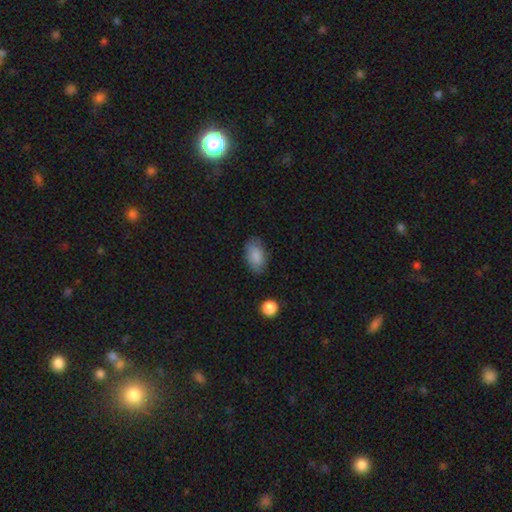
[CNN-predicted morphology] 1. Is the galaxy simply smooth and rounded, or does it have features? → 86% smooth, 7% star or artifact, 6% featured or disk.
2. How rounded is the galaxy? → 92% in between, 6% round, 2% cigar-shaped.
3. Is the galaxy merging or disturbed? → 80% none, 14% minor disturbance, 4% major disturbance, 1% merger.